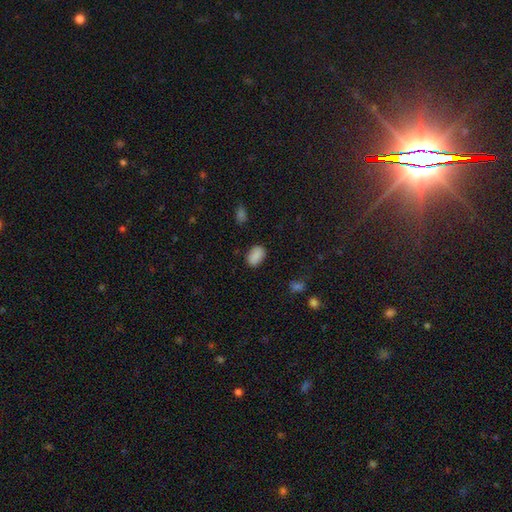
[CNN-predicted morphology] Smooth or featured? Predicted: smooth (p=0.87). How rounded? Predicted: in between (p=0.88). Merging? Predicted: none (p=0.83).